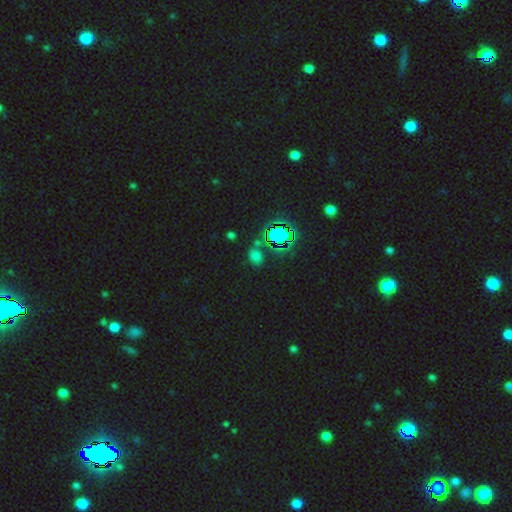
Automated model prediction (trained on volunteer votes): Smooth or featured?
  - star or artifact: 46% * (tied)
  - smooth: 46% * (tied)
  - featured or disk: 7%